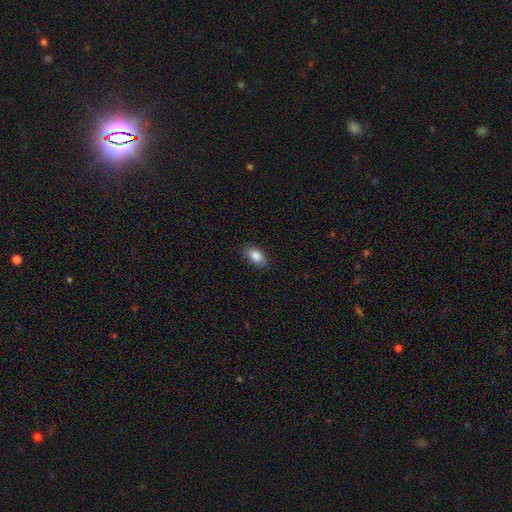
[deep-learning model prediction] Smooth or featured? smooth (86%)
How rounded? in between (92%)
Merging? none (84%)